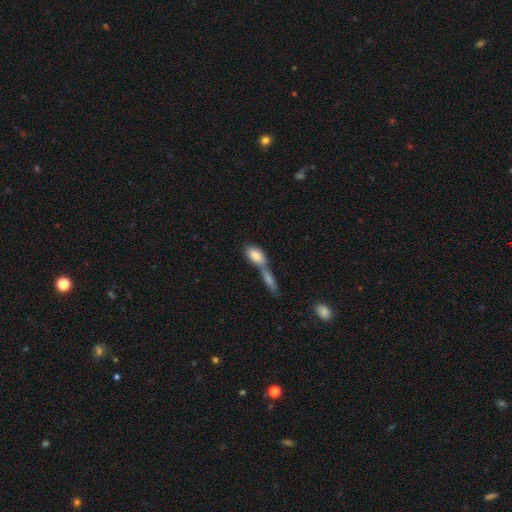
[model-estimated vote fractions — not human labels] Q: Smooth or featured?
A: smooth (78%); runner-up: featured or disk (15%)
Q: How rounded?
A: in between (81%); runner-up: cigar-shaped (13%)
Q: Merging?
A: merger (67%); runner-up: none (21%)